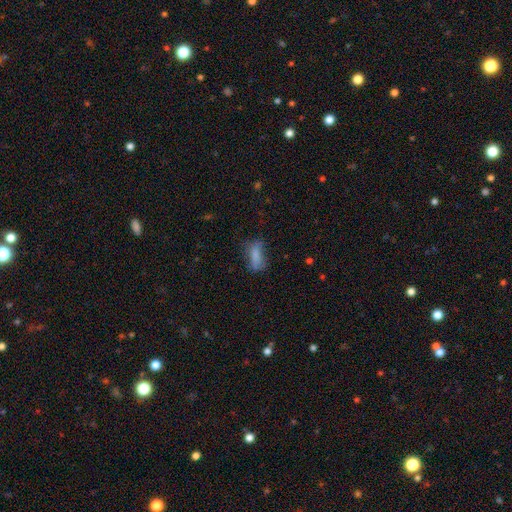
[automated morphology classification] The model was most divided on "merging": none: 50%, minor disturbance: 30%, major disturbance: 17%, merger: 3%. More confident: smooth or featured — smooth (76%); how rounded — in between (74%).